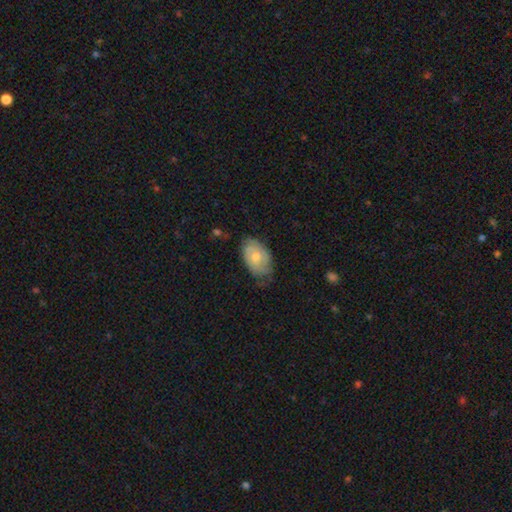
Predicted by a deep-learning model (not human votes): Q: Smooth or featured?
A: smooth (50%); runner-up: featured or disk (43%)
Q: How rounded?
A: in between (90%); runner-up: round (9%)
Q: Merging?
A: none (61%); runner-up: minor disturbance (31%)